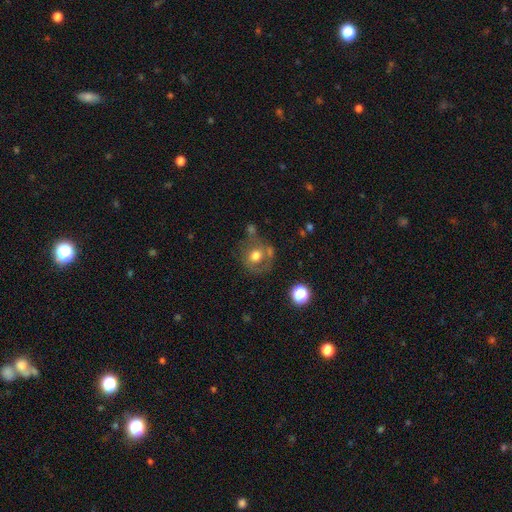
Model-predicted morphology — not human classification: smooth_or_featured: smooth (p=0.60) [alt: featured or disk p=0.29]
how_rounded: round (p=0.79) [alt: in between p=0.20]
merging: none (p=0.54) [alt: minor disturbance p=0.21]